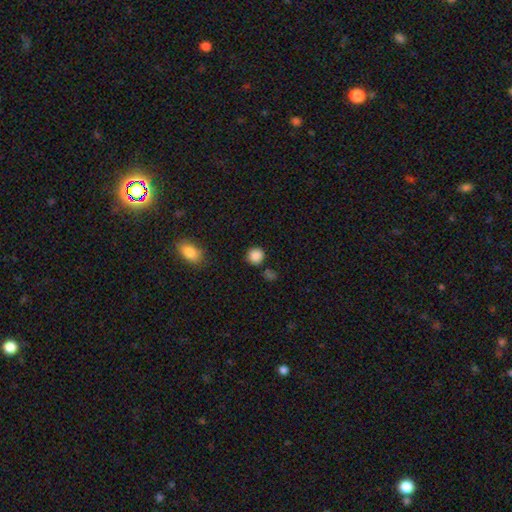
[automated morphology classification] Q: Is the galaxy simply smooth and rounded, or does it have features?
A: smooth — 87%.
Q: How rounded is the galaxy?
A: round — 89%.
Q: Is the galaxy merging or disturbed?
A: none — 81%.